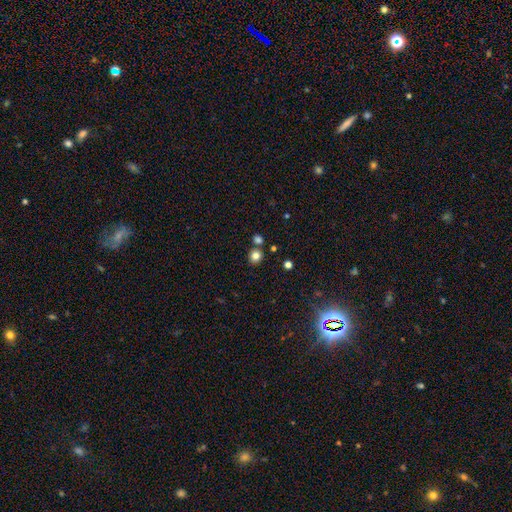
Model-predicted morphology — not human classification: A smooth galaxy with no disk features (80%) that is round (85%). Merging: none (78%).